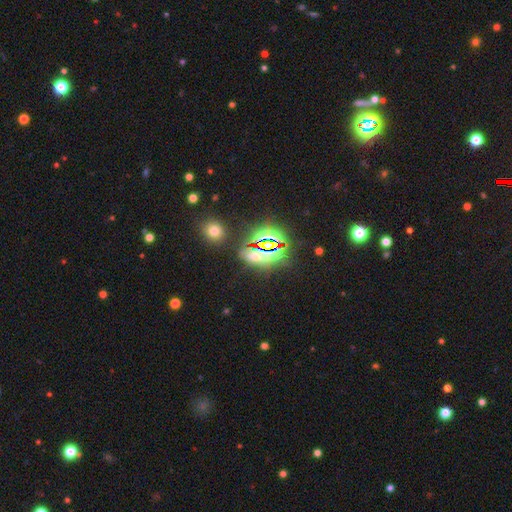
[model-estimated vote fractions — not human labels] Smooth or featured?
  - star or artifact: 69% *
  - smooth: 22%
  - featured or disk: 9%